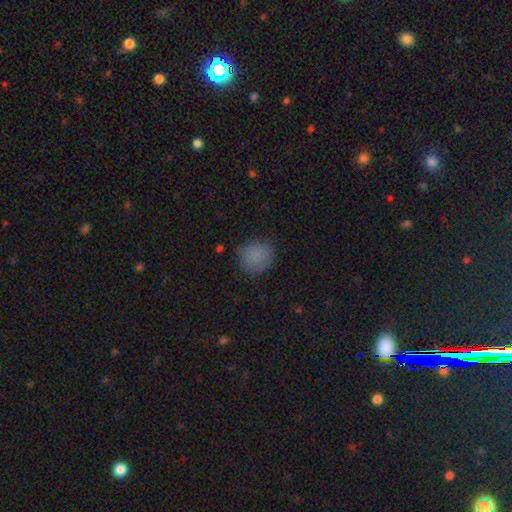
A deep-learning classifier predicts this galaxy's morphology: type=smooth (83%); roundness=round (84%); merging=none (77%).